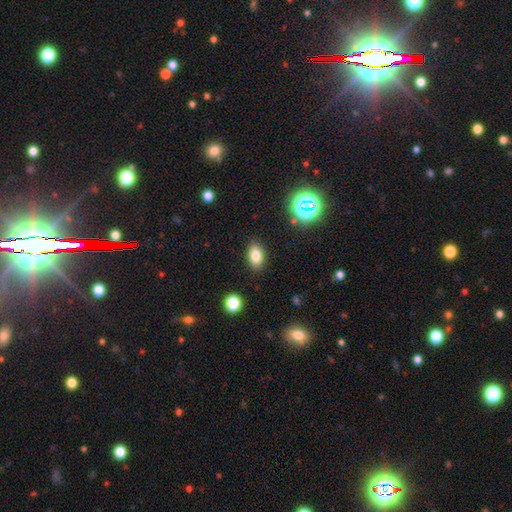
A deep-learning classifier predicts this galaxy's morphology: A smooth galaxy with no disk features (79%) that is in between round and cigar-shaped (88%).

Vote fractions:
- Smooth or featured? smooth: 79% / star or artifact: 12% / featured or disk: 9%
- How rounded? in between: 88% / round: 10% / cigar-shaped: 2%
- Merging? none: 88% / minor disturbance: 8% / major disturbance: 2% / merger: 1%